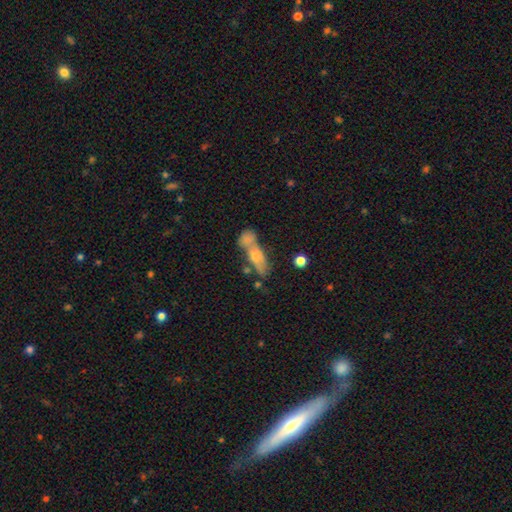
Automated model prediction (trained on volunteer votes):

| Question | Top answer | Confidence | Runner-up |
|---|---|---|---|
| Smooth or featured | smooth | 61% | featured or disk (29%) |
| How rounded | in between | 56% | cigar-shaped (38%) |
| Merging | merger | 51% | none (28%) |